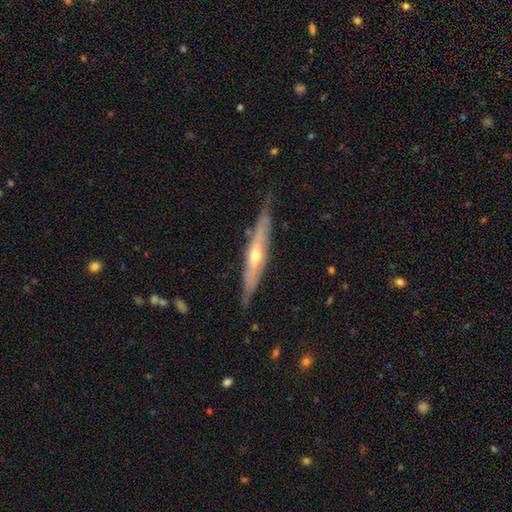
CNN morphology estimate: type=featured or disk (70%); edge-on=yes (84%); edge-on bulge=rounded (78%); merging=none (78%).